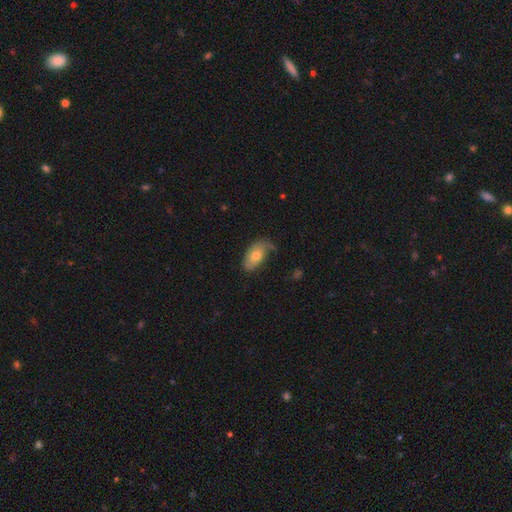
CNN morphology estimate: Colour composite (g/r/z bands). It shows a smooth galaxy with no disk features (65%) that is in between round and cigar-shaped (92%). Merging: none (50%).